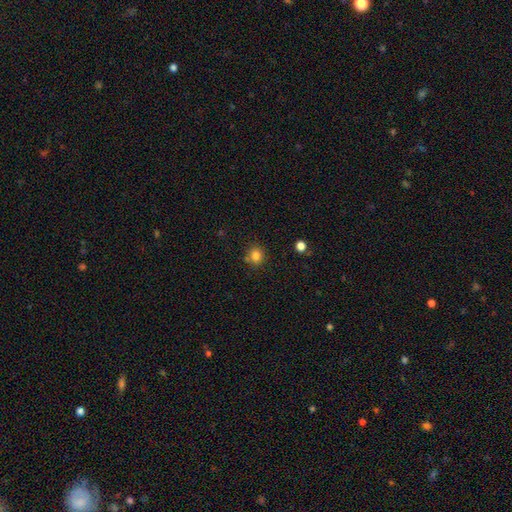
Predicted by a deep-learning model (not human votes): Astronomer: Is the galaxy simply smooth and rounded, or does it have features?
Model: smooth — 82%.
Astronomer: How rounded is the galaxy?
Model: round — 82%.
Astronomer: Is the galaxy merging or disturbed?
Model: none — 78%.